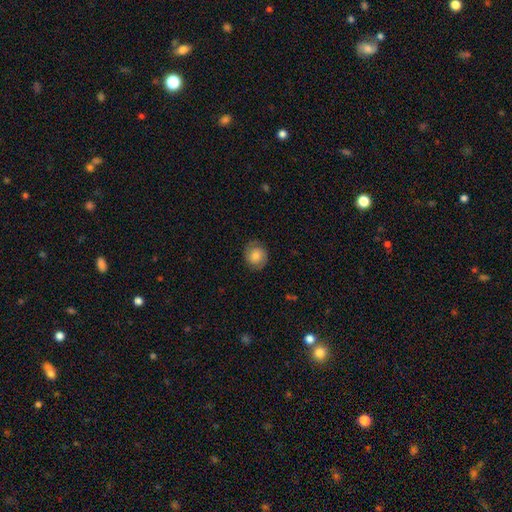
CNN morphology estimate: Overall: featured or disk (50%; smooth 41%). Edge-on disk: no (97%). Merging: none (83%).